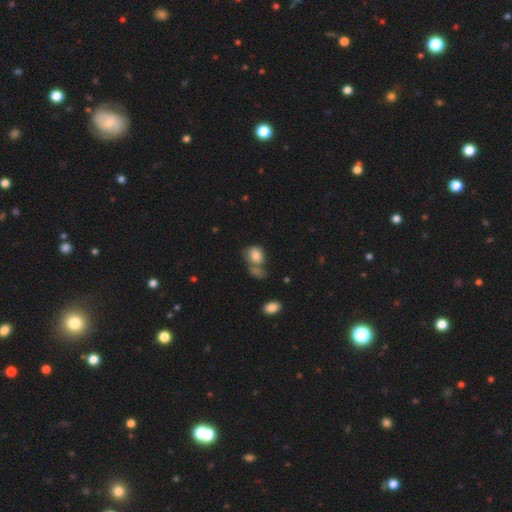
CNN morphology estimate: Smooth or featured: smooth — 80% (featured or disk — 11%)
How rounded: in between — 62% (round — 37%)
Merging: none — 37% (merger — 36%)